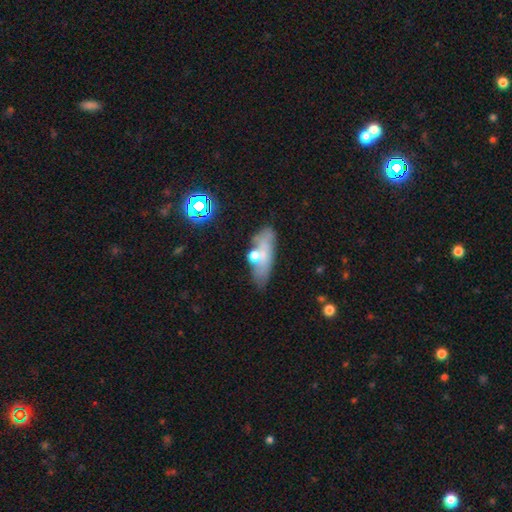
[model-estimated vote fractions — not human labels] smooth_or_featured: smooth (p=0.55) [alt: featured or disk p=0.32]
how_rounded: in between (p=0.70) [alt: cigar-shaped p=0.22]
merging: none (p=0.52) [alt: minor disturbance p=0.23]